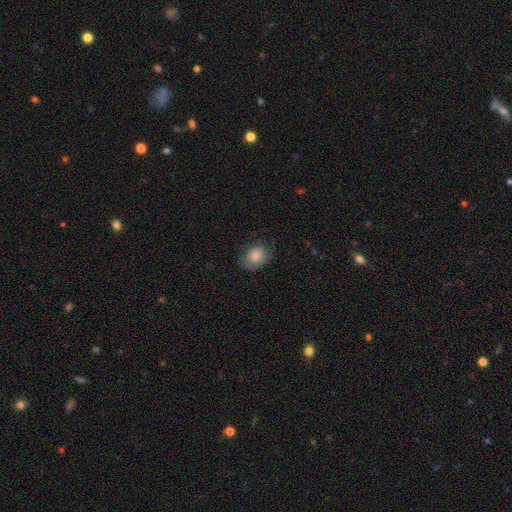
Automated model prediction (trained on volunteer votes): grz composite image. It shows a smooth galaxy with no disk features (78%) that is in between round and cigar-shaped (54%). Merging: none (64%).